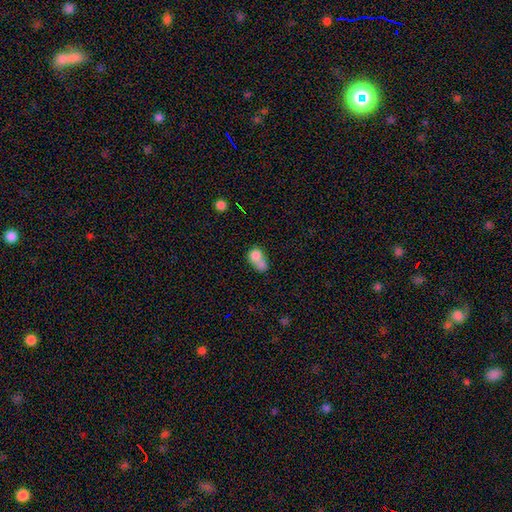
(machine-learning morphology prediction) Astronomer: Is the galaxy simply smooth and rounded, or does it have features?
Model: smooth — 74%.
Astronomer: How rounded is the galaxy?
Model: in between — 53% (runner-up: round, 45%).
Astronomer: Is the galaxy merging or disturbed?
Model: merger — 65%.